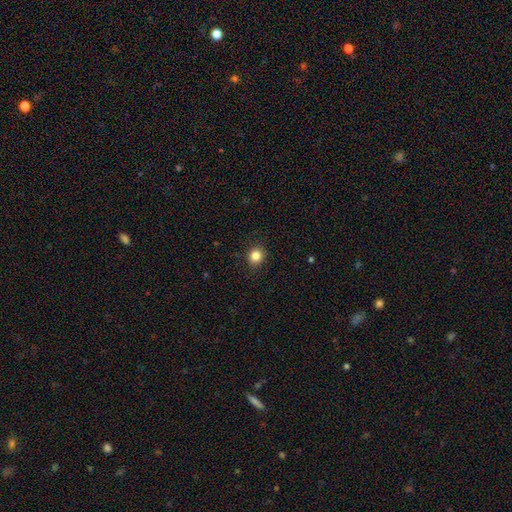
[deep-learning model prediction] Smooth or featured? Predicted: smooth (p=0.84). How rounded? Predicted: round (p=0.84). Merging? Predicted: none (p=0.91).